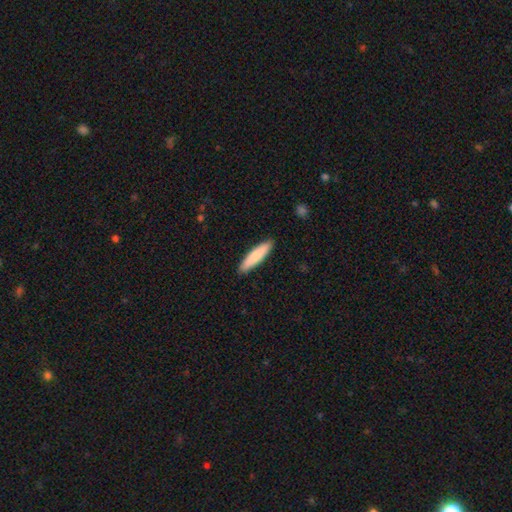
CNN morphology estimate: This appears to be a smooth galaxy with no disk features (82%) that is cigar-shaped (82%). Merging: none (90%).